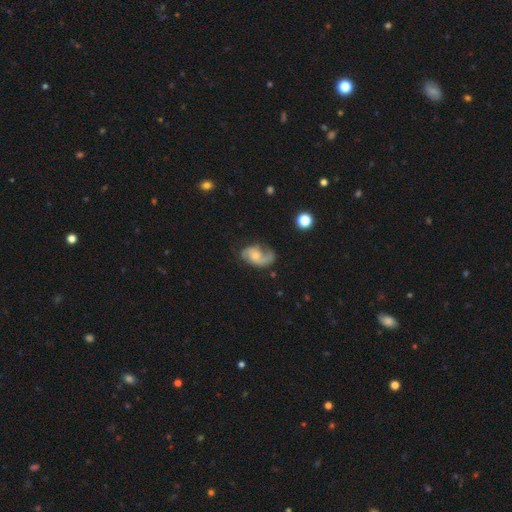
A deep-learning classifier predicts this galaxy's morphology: Overall: featured or disk (76%). Edge-on disk: no (97%). Bar: no (68%). Spiral arms: yes (93%). Spiral arm count: 2 (67%). Spiral winding: medium (42%; loose 38%). Bulge size: small (54%; moderate 38%). Merging: none (53%; minor disturbance 25%).